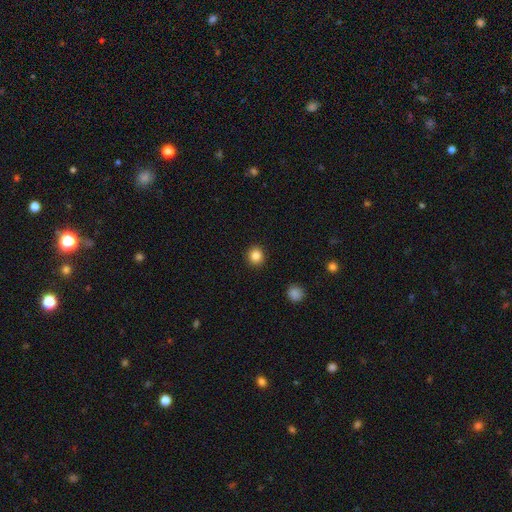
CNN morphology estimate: A smooth galaxy with no disk features (85%) that is round (91%).

Vote fractions:
- Smooth or featured? smooth: 85% / star or artifact: 11% / featured or disk: 4%
- How rounded? round: 91% / in between: 8% / cigar-shaped: 1%
- Merging? none: 92% / minor disturbance: 5% / major disturbance: 2% / merger: 1%